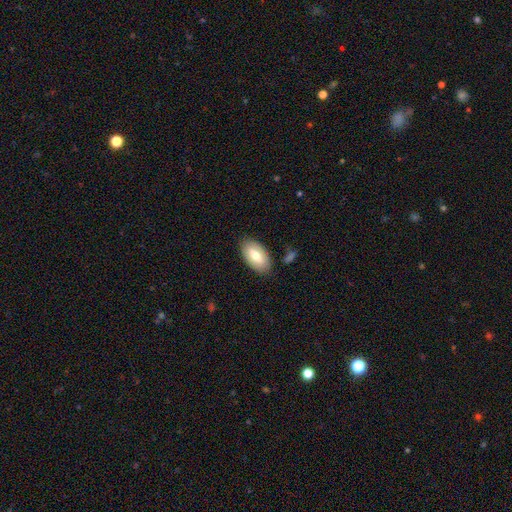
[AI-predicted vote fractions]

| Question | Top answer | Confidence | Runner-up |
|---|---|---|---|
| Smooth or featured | smooth | 70% | featured or disk (24%) |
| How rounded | in between | 94% | round (3%) |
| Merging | none | 84% | minor disturbance (11%) |